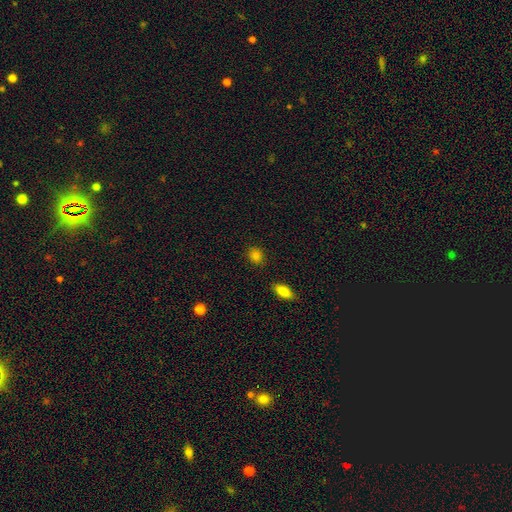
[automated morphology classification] smooth_or_featured: smooth (p=0.83) [alt: star or artifact p=0.12]
how_rounded: round (p=0.65) [alt: in between p=0.34]
merging: none (p=0.87) [alt: minor disturbance p=0.09]